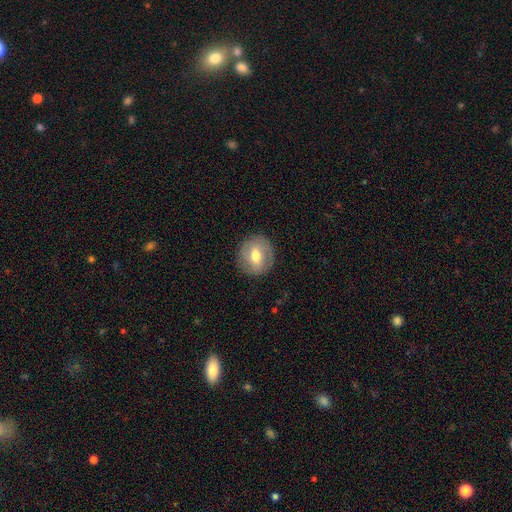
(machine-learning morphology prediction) Smooth or featured?
  - smooth: 58% *
  - featured or disk: 34%
  - star or artifact: 8%
How rounded?
  - round: 85% *
  - in between: 14%
  - cigar-shaped: 1%
Merging?
  - none: 87% *
  - minor disturbance: 9%
  - major disturbance: 3%
  - merger: 1%